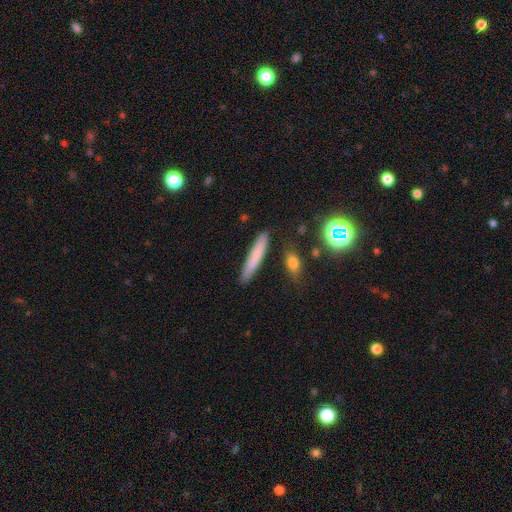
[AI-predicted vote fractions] Smooth or featured? Predicted: smooth (p=0.71). How rounded? Predicted: cigar-shaped (p=0.92). Merging? Predicted: none (p=0.86).